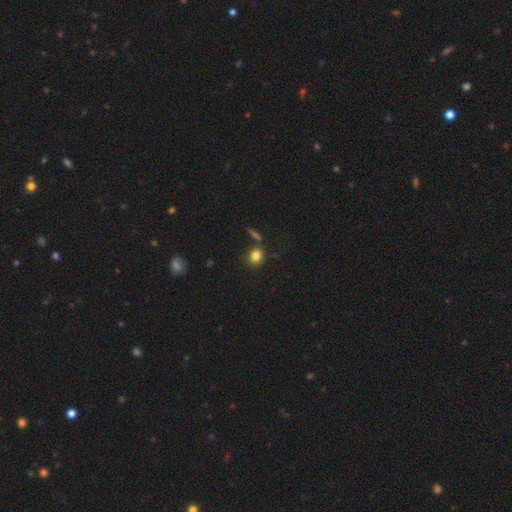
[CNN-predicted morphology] Smooth or featured: smooth — 82% (star or artifact — 11%)
How rounded: round — 81% (in between — 17%)
Merging: none — 79% (minor disturbance — 10%)